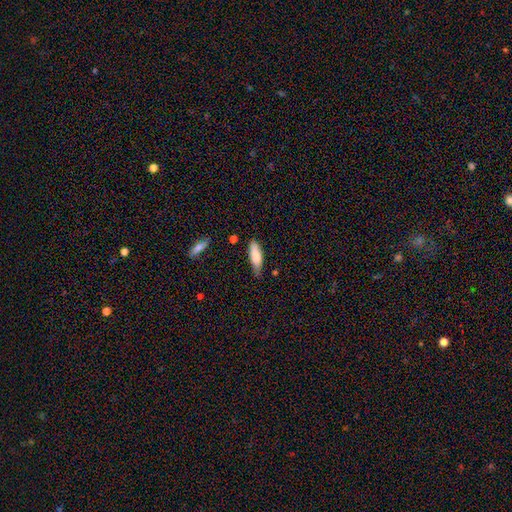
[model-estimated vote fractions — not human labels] Smooth or featured: smooth — 79% (featured or disk — 15%)
How rounded: in between — 52% (cigar-shaped — 46%)
Merging: none — 67% (minor disturbance — 26%)